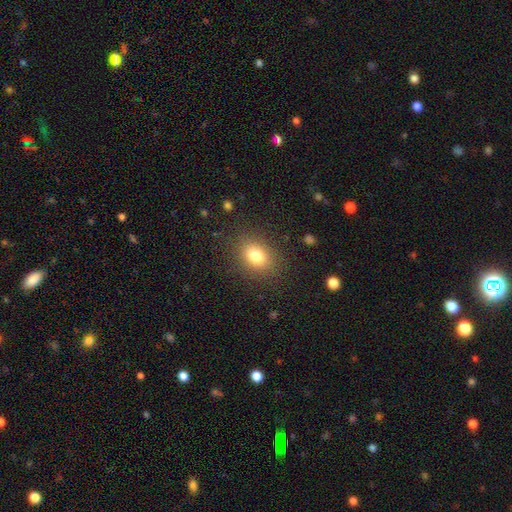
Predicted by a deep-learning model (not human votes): A smooth galaxy with no disk features (80%) that is in between round and cigar-shaped (62%). Merging: none (85%).